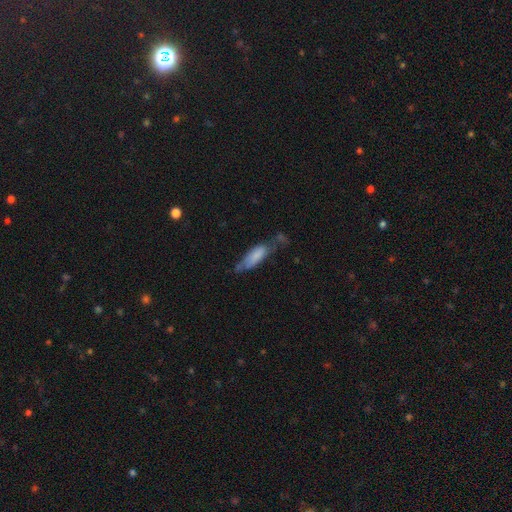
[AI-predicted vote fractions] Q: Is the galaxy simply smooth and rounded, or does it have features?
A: smooth — 70%.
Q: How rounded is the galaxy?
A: in between — 55%.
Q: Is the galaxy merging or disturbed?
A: none — 34%, tied with minor disturbance.